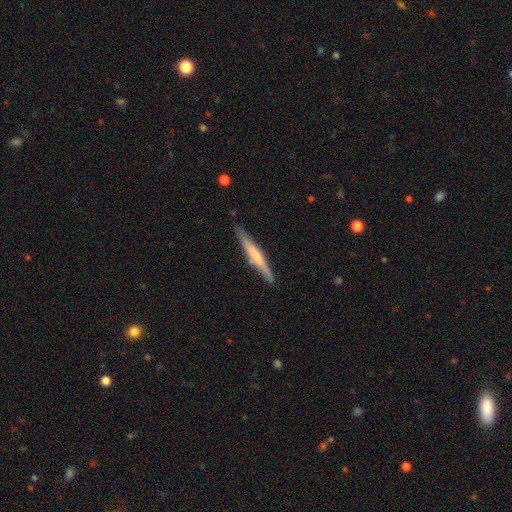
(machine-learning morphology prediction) The model was most divided on "smooth or featured": featured or disk: 48%, smooth: 46%, star or artifact: 5%. More confident: merging — none (85%).